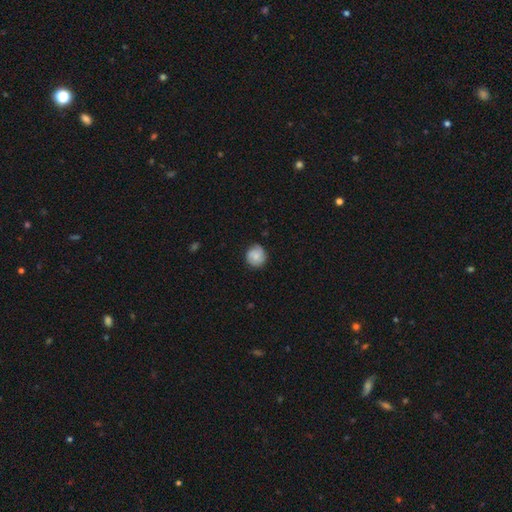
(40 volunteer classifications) smooth 65%, featured or disk 25%, star or artifact 10%. Down the decision tree: how rounded — round (96%); merging — none (83%).